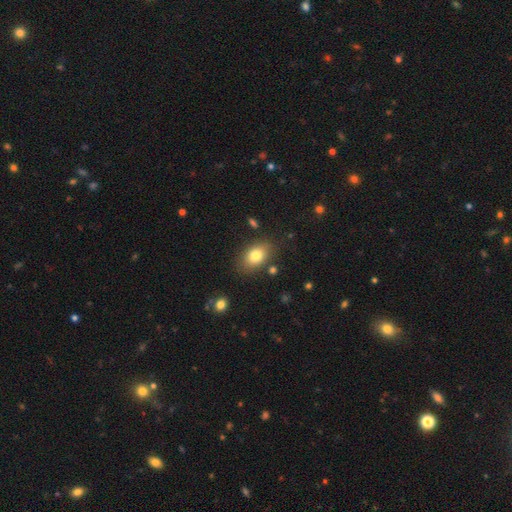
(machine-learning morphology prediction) Smooth or featured? smooth (79%)
How rounded? in between (82%)
Merging? none (81%)